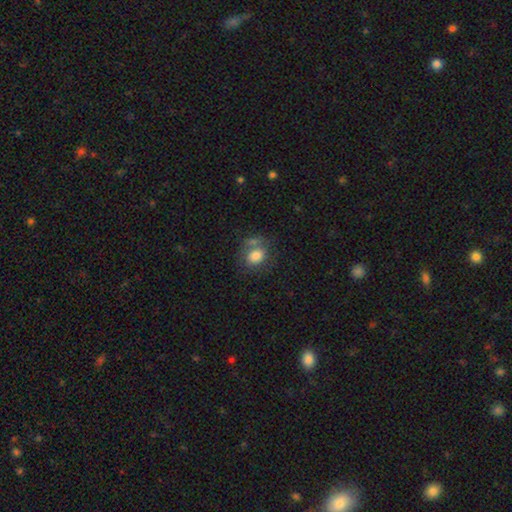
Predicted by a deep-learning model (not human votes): Smooth or featured?
  - smooth: 78% *
  - featured or disk: 12%
  - star or artifact: 9%
How rounded?
  - in between: 52% *
  - round: 47%
  - cigar-shaped: 1%
Merging?
  - none: 52% *
  - merger: 21%
  - minor disturbance: 18%
  - major disturbance: 9%